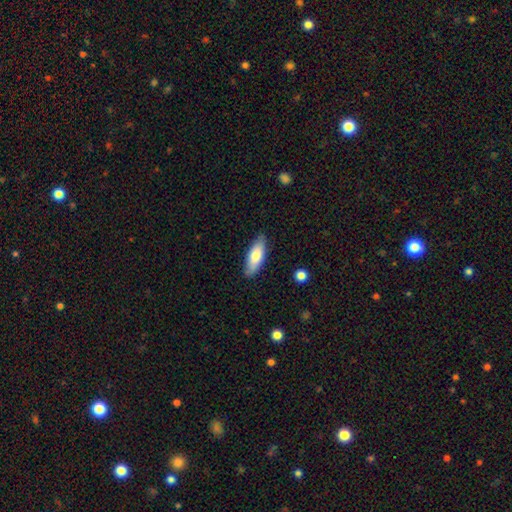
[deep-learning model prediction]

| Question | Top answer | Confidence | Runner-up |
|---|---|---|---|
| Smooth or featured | smooth | 76% | featured or disk (19%) |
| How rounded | in between | 70% | cigar-shaped (28%) |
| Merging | none | 84% | minor disturbance (13%) |